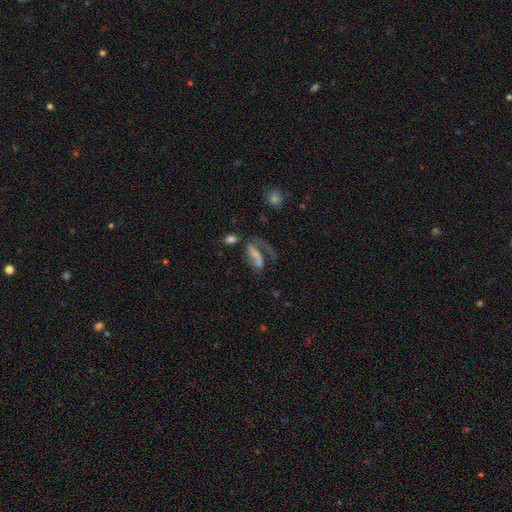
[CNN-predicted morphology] featured or disk 53%, smooth 35%, star or artifact 12%. Down the decision tree: edge-on disk — no (94%); bar — no (48%); spiral arms — yes (67%); bulge size — none (39%); merging — major disturbance (40%).